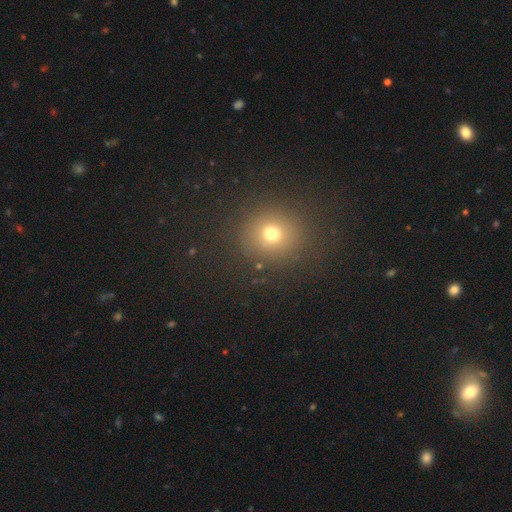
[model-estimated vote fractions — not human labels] Morphology: type=smooth (61%); roundness=round (85%); merging=none (90%).